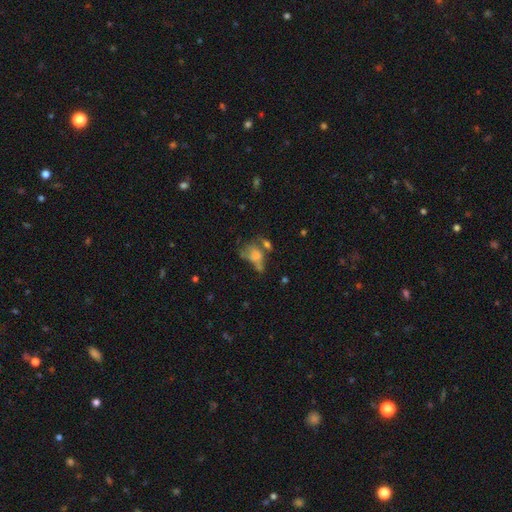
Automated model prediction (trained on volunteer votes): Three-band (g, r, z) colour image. It shows a smooth galaxy with no disk features (53%) that is in between round and cigar-shaped (74%). Merging: merger (32%).